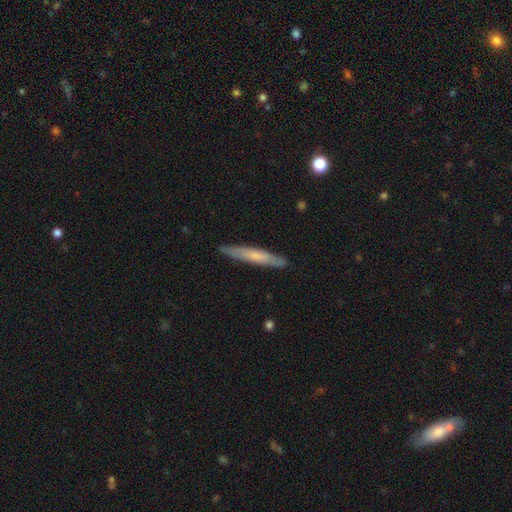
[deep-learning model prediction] This appears to be a smooth galaxy with no disk features (53%) that is cigar-shaped (93%). Merging: none (87%).